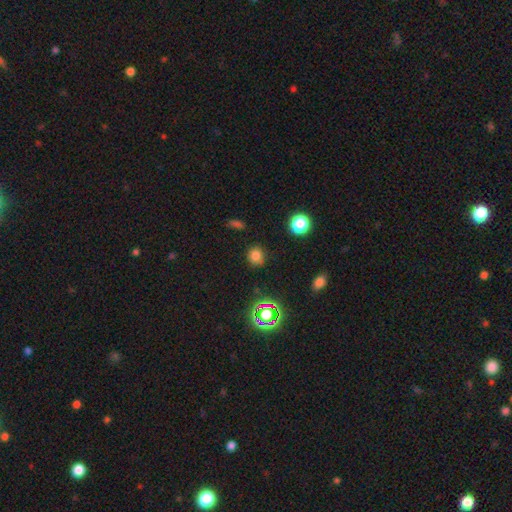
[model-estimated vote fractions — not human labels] smooth-or-featured: smooth: 75% | star or artifact: 19% | featured or disk: 6%
  how-rounded: round: 84% | in between: 15% | cigar-shaped: 1%
  merging: none: 86% | minor disturbance: 9% | major disturbance: 3% | merger: 2%